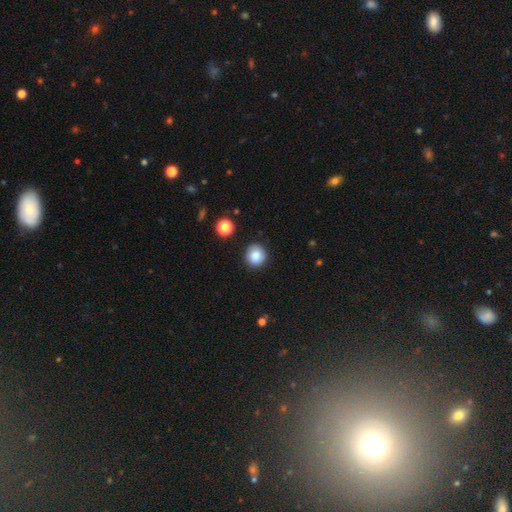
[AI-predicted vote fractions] This appears to be a smooth galaxy with no disk features (86%) that is round (89%). Merging: none (89%).